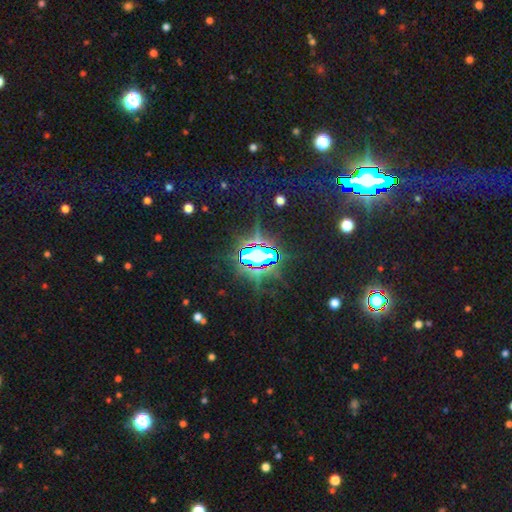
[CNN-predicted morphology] type=star or artifact (78%).